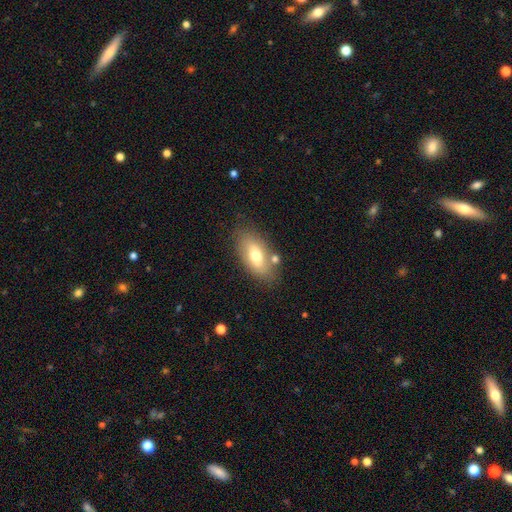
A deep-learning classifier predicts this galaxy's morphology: Q: Smooth or featured?
A: smooth (63%); runner-up: featured or disk (29%)
Q: How rounded?
A: in between (88%); runner-up: cigar-shaped (7%)
Q: Merging?
A: none (72%); runner-up: minor disturbance (15%)